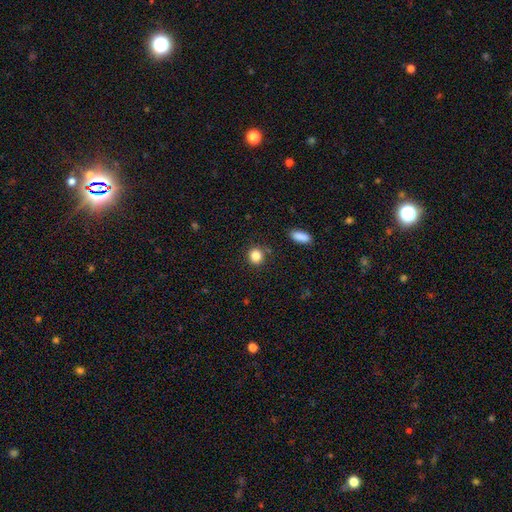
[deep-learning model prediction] Q: Smooth or featured?
A: smooth (85%); runner-up: star or artifact (10%)
Q: How rounded?
A: round (84%); runner-up: in between (15%)
Q: Merging?
A: none (84%); runner-up: minor disturbance (9%)